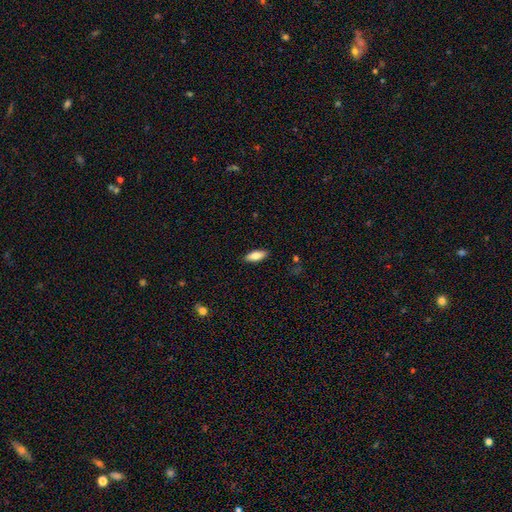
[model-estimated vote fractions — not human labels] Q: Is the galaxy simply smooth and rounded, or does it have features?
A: smooth — 81%.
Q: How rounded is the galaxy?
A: in between — 75%.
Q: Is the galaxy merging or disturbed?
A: none — 89%.